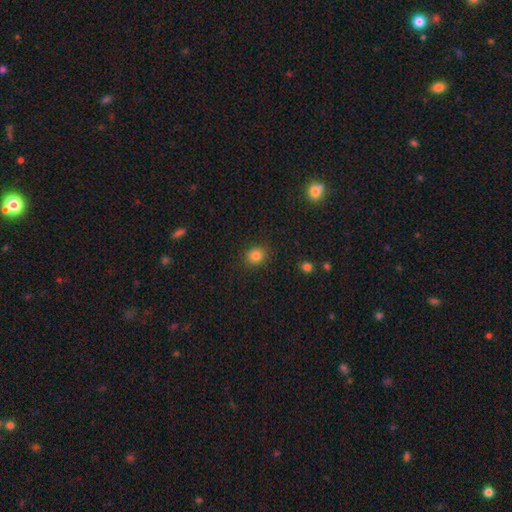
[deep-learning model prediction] smooth 84%, star or artifact 12%, featured or disk 5%. Down the decision tree: how rounded — round (76%); merging — none (89%).